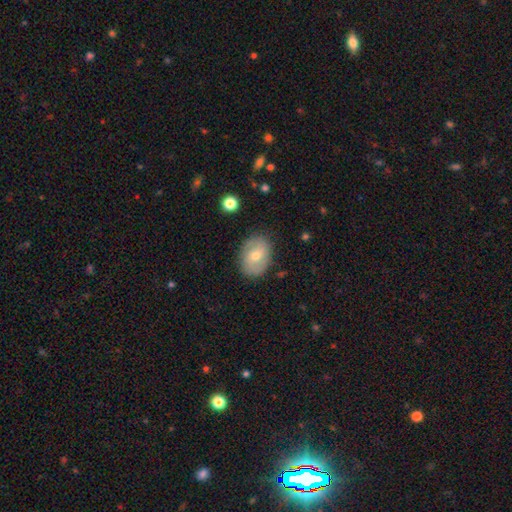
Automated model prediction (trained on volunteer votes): This is possibly a smooth galaxy (54%). How rounded: likely in between (71%). Merging: clearly none (84%).